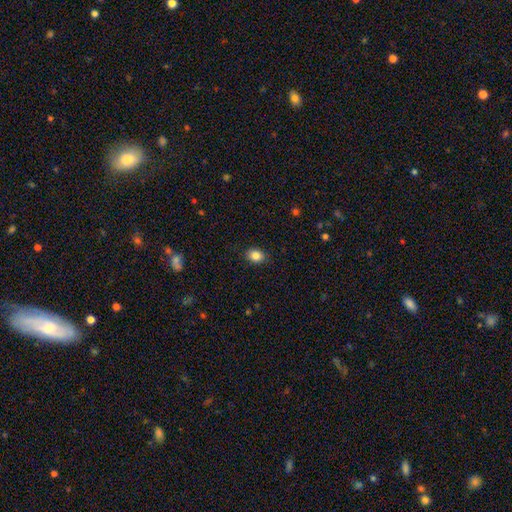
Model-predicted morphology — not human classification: Smooth or featured? Predicted: smooth (p=0.85). How rounded? Predicted: in between (p=0.59). Merging? Predicted: none (p=0.88).